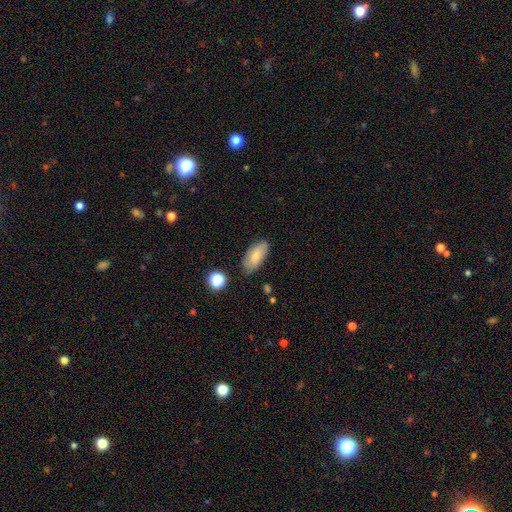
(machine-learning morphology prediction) Smooth or featured: smooth — 79% (featured or disk — 13%)
How rounded: in between — 91% (cigar-shaped — 7%)
Merging: none — 79% (minor disturbance — 15%)